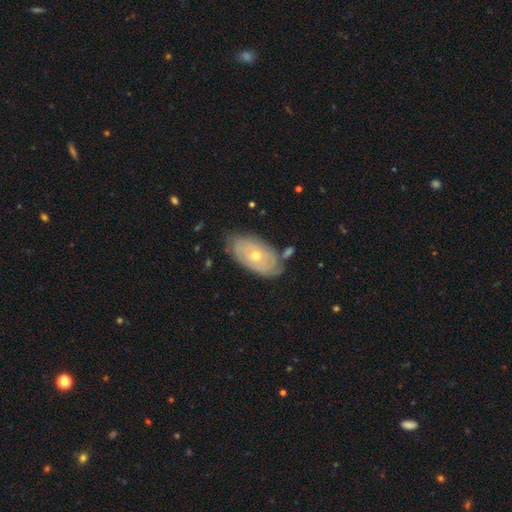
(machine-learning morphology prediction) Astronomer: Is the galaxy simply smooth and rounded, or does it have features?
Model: featured or disk — 67%.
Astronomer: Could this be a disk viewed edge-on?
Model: no — 92%.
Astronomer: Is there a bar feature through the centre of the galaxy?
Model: no — 87%.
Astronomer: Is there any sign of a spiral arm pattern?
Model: yes — 66%.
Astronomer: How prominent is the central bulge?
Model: moderate — 51% (runner-up: small, 47%).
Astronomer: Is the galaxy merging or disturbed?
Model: none — 73%.